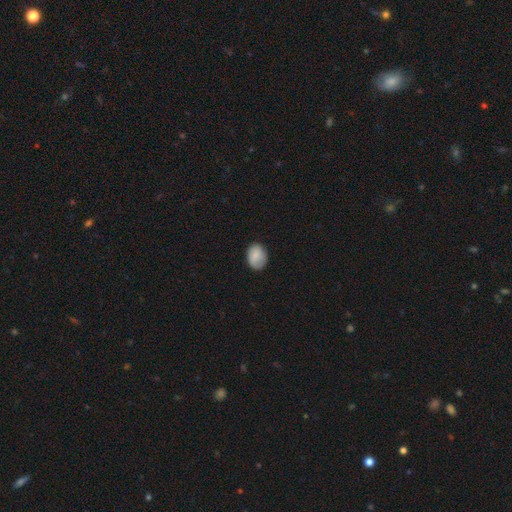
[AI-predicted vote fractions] A smooth galaxy with no disk features (82%) that is in between round and cigar-shaped (66%).

Vote fractions:
- Smooth or featured? smooth: 82% / featured or disk: 11% / star or artifact: 7%
- How rounded? in between: 66% / round: 33% / cigar-shaped: 1%
- Merging? none: 78% / minor disturbance: 18% / major disturbance: 4% / merger: 1%